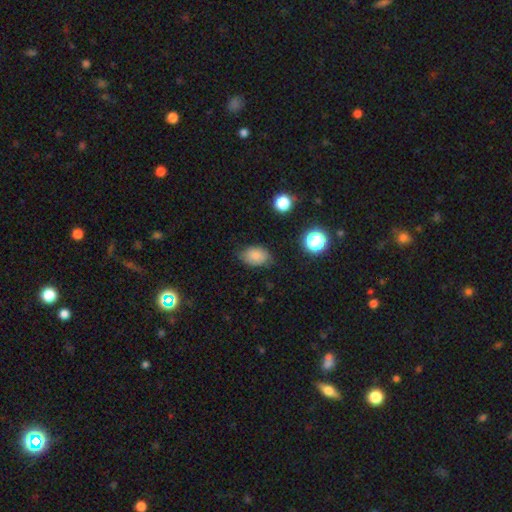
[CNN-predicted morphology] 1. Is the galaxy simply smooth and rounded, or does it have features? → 80% smooth, 11% star or artifact, 9% featured or disk.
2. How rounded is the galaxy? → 81% in between, 18% round, 1% cigar-shaped.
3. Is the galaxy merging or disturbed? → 72% none, 22% minor disturbance, 5% major disturbance, 2% merger.